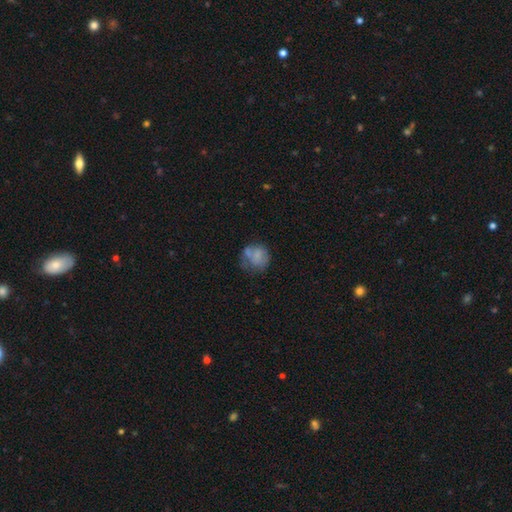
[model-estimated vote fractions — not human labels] A smooth galaxy with no disk features (63%) that is round (73%).

Vote fractions:
- Smooth or featured? smooth: 63% / featured or disk: 27% / star or artifact: 10%
- How rounded? round: 73% / in between: 26% / cigar-shaped: 1%
- Merging? none: 43% / minor disturbance: 26% / major disturbance: 21% / merger: 10%